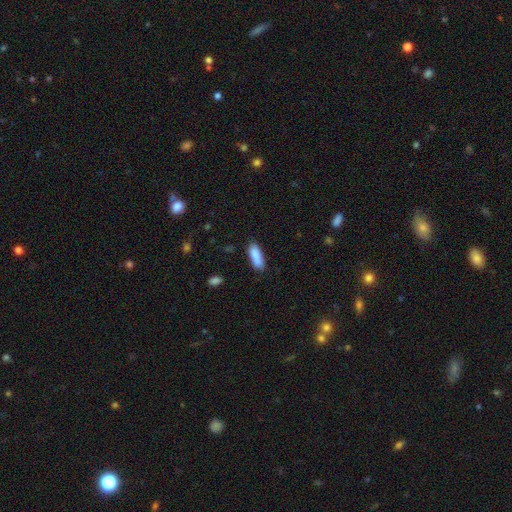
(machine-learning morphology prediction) This is clearly a smooth galaxy (86%). How rounded: possibly in between (58%). Merging: likely none (77%).